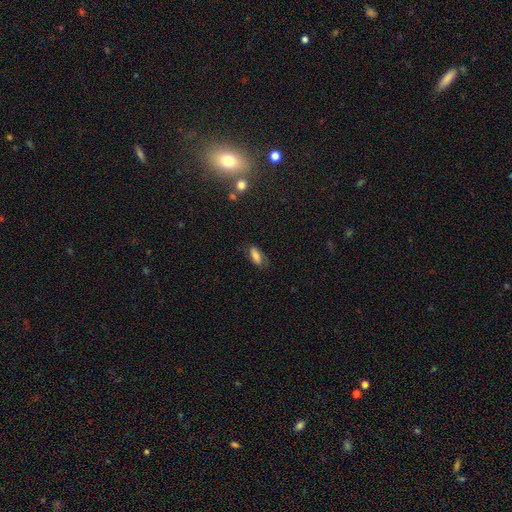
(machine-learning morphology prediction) A smooth galaxy with no disk features (72%) that is in between round and cigar-shaped (81%). Merging: none (66%).